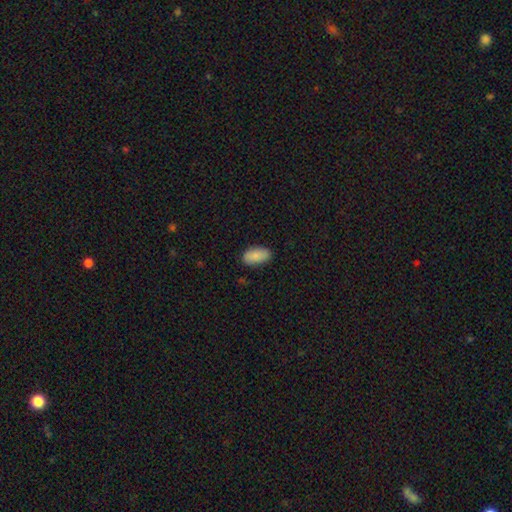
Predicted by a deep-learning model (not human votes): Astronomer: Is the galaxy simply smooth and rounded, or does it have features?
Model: smooth — 87%.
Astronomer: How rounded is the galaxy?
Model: in between — 94%.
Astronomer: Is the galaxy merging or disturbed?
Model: none — 86%.